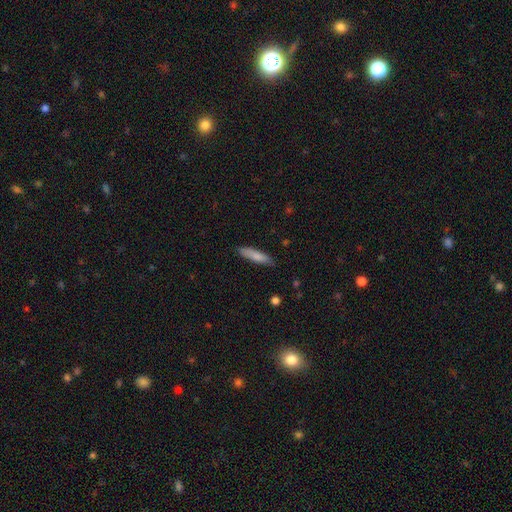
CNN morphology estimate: A smooth galaxy with no disk features (81%) that is cigar-shaped (79%). Merging: none (83%).